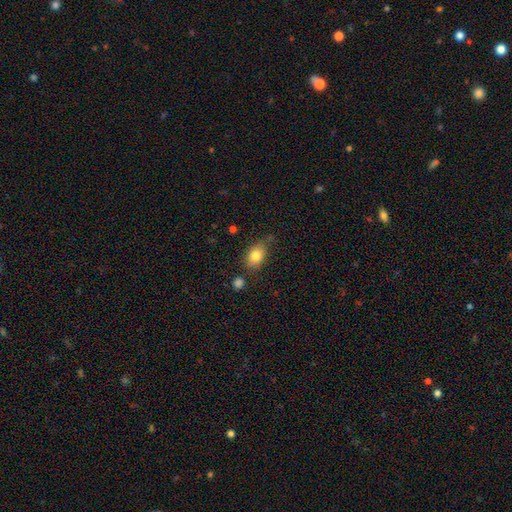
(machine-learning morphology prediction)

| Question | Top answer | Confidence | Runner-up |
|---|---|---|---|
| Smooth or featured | smooth | 81% | featured or disk (11%) |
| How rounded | in between | 83% | round (15%) |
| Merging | none | 71% | minor disturbance (19%) |